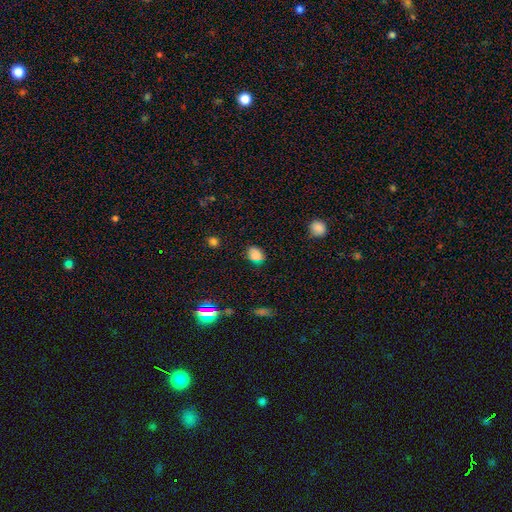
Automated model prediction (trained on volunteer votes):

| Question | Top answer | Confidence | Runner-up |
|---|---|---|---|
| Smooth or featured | smooth | 80% | star or artifact (14%) |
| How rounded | in between | 70% | round (29%) |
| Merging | none | 76% | minor disturbance (18%) |